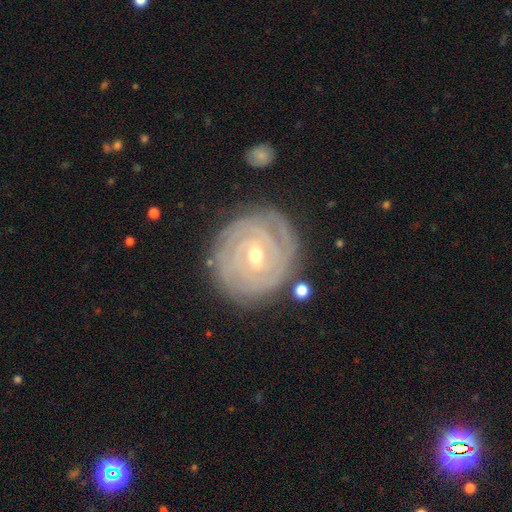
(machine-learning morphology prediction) Q: Smooth or featured?
A: featured or disk (89%); runner-up: smooth (6%)
Q: Edge-on disk?
A: no (97%); runner-up: yes (3%)
Q: Bar?
A: weak (44%); runner-up: no (37%)
Q: Spiral arms?
A: yes (97%); runner-up: no (3%)
Q: Spiral winding?
A: tight (90%); runner-up: medium (8%)
Q: Spiral arm count?
A: 3 (24%); runner-up: can't tell (23%)
Q: Bulge size?
A: small (50%); runner-up: moderate (47%)
Q: Merging?
A: none (82%); runner-up: minor disturbance (12%)